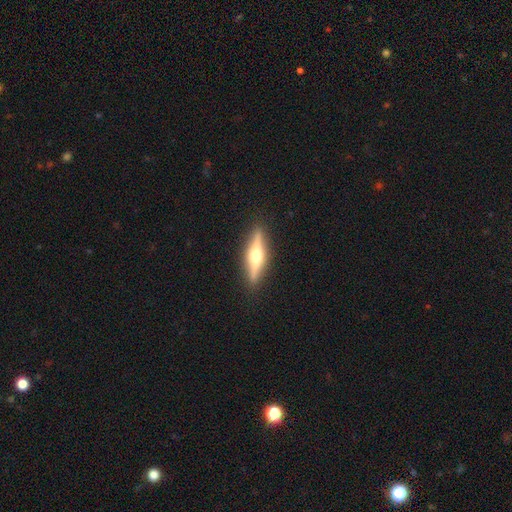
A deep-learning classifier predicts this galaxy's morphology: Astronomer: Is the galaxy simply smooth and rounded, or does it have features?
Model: featured or disk — 72%.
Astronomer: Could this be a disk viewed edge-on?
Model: yes — 97%.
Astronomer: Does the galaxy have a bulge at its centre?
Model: rounded — 93%.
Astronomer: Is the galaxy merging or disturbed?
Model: none — 91%.